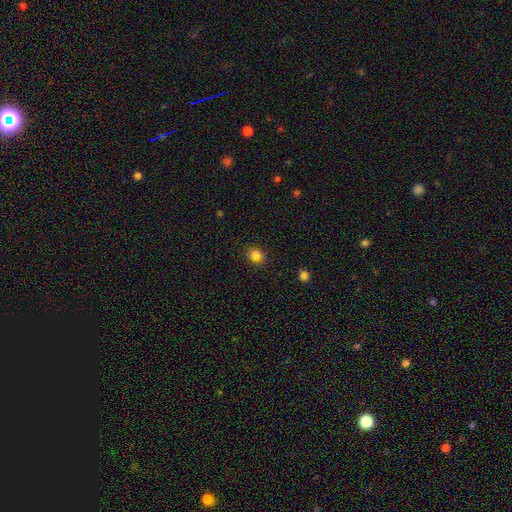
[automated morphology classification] The model was most divided on "how rounded": round: 54%, in between: 45%, cigar-shaped: 1%. More confident: smooth or featured — smooth (83%); merging — none (82%).